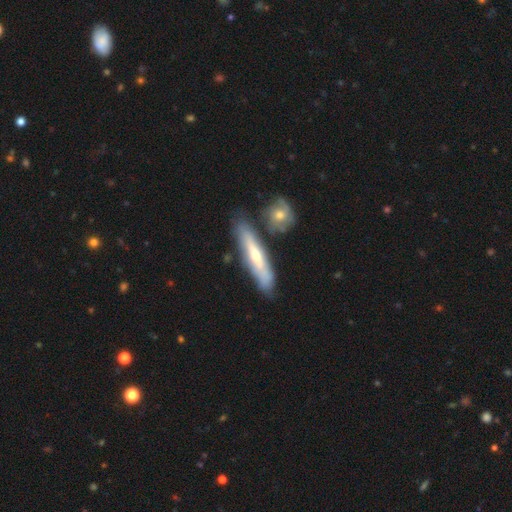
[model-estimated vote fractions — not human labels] The model was most divided on "smooth or featured": featured or disk: 57%, smooth: 37%, star or artifact: 6%. More confident: merging — none (73%); edge-on disk — yes (67%).